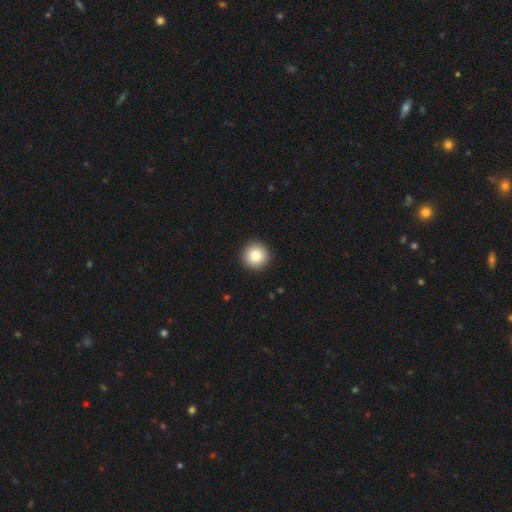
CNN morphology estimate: A smooth galaxy with no disk features (86%) that is round (96%).

Vote fractions:
- Smooth or featured? smooth: 86% / star or artifact: 8% / featured or disk: 5%
- How rounded? round: 96% / in between: 3% / cigar-shaped: 1%
- Merging? none: 93% / minor disturbance: 5% / major disturbance: 1% / merger: 1%